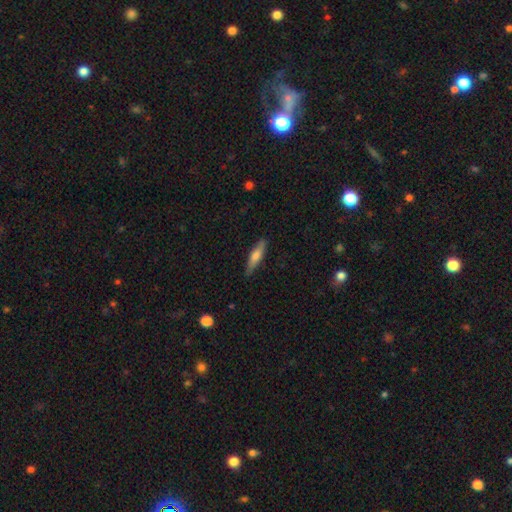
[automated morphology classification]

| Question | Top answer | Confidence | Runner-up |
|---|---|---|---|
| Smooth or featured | smooth | 59% | featured or disk (34%) |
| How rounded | cigar-shaped | 79% | in between (19%) |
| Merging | none | 85% | minor disturbance (11%) |